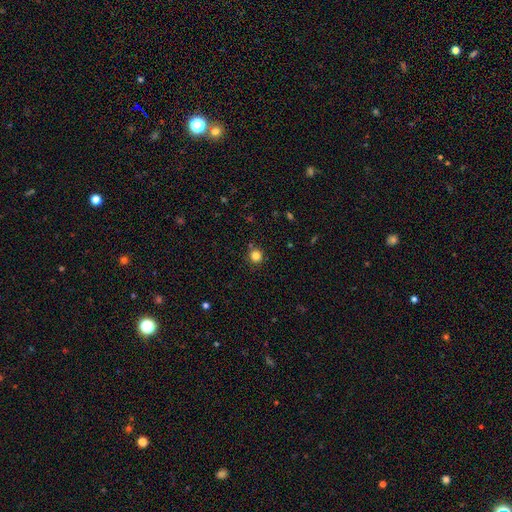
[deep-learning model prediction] A smooth galaxy with no disk features (82%) that is round (94%). Merging: none (88%).